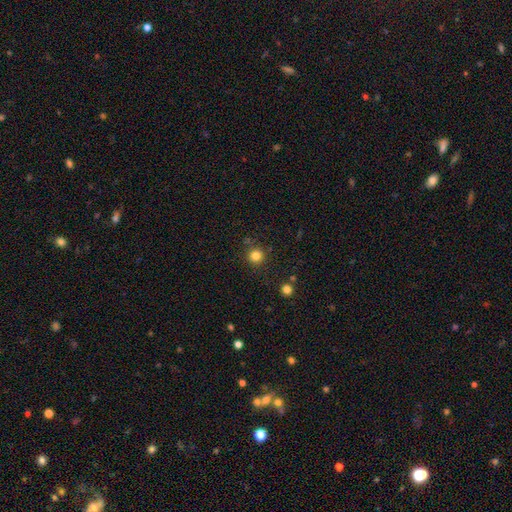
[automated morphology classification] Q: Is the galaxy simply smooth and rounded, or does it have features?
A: smooth — 82%.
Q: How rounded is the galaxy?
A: round — 95%.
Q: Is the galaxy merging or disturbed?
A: none — 88%.